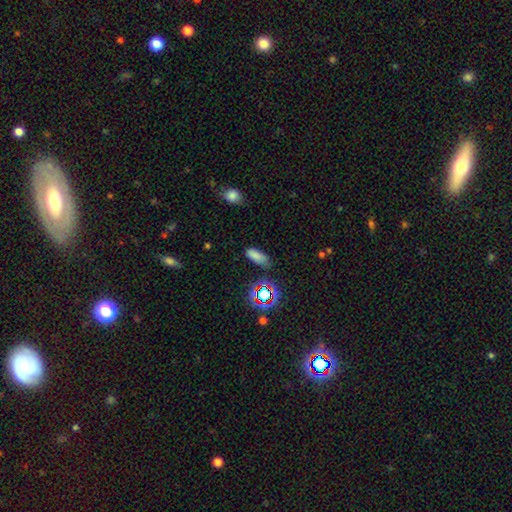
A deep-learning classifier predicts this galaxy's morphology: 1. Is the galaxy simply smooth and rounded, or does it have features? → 75% smooth, 18% star or artifact, 7% featured or disk.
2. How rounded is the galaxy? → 78% in between, 18% cigar-shaped, 4% round.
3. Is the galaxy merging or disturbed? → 73% none, 19% minor disturbance, 5% major disturbance, 3% merger.